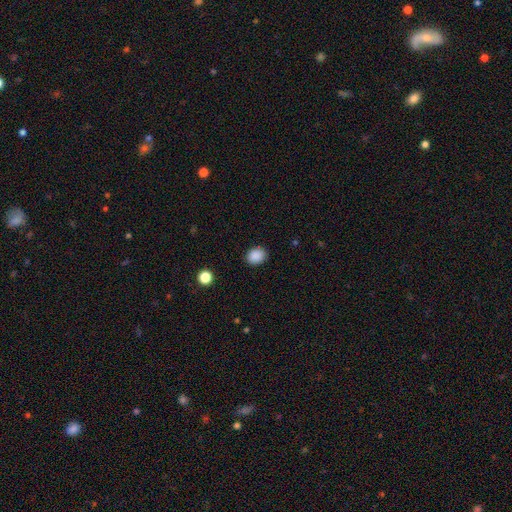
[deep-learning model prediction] Smooth or featured? Predicted: smooth (p=0.88). How rounded? Predicted: round (p=0.56). Merging? Predicted: none (p=0.88).